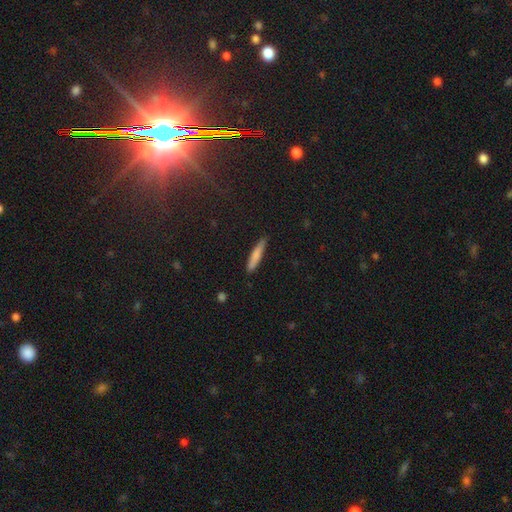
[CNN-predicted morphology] Smooth or featured: smooth — 75% (featured or disk — 19%)
How rounded: cigar-shaped — 90% (in between — 8%)
Merging: none — 84% (minor disturbance — 12%)